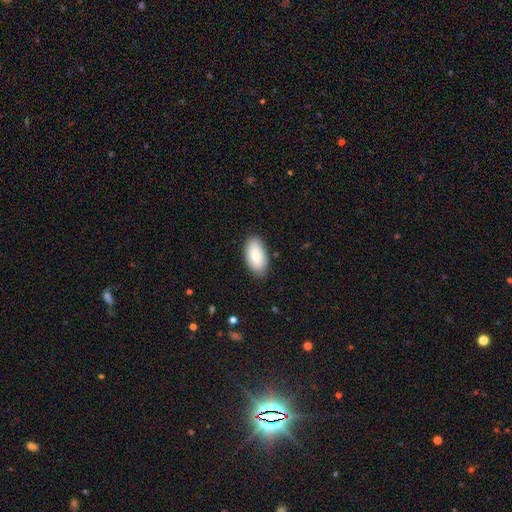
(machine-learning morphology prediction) Q: Smooth or featured?
A: smooth (84%); runner-up: featured or disk (11%)
Q: How rounded?
A: in between (95%); runner-up: cigar-shaped (3%)
Q: Merging?
A: none (84%); runner-up: minor disturbance (12%)